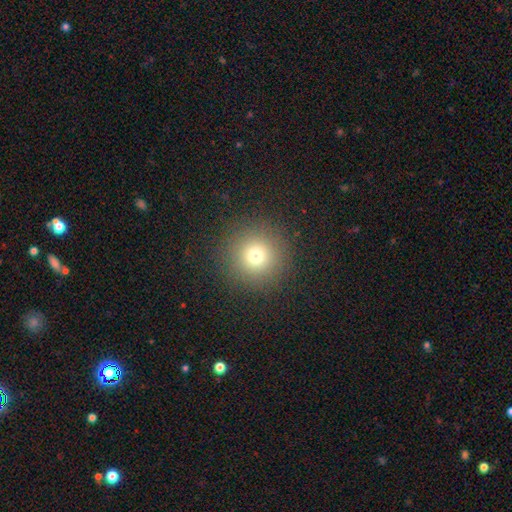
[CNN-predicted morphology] A smooth galaxy with no disk features (73%) that is round (96%).

Vote fractions:
- Smooth or featured? smooth: 73% / star or artifact: 18% / featured or disk: 10%
- How rounded? round: 96% / in between: 3% / cigar-shaped: 1%
- Merging? none: 90% / minor disturbance: 6% / major disturbance: 3% / merger: 1%